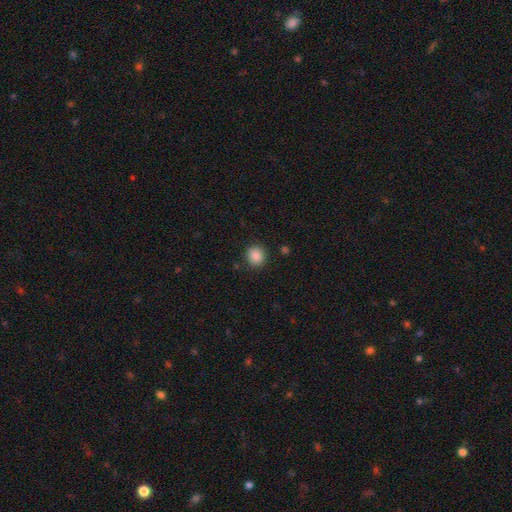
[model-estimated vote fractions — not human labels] Q: Smooth or featured?
A: smooth (87%); runner-up: star or artifact (9%)
Q: How rounded?
A: round (82%); runner-up: in between (17%)
Q: Merging?
A: none (88%); runner-up: minor disturbance (8%)